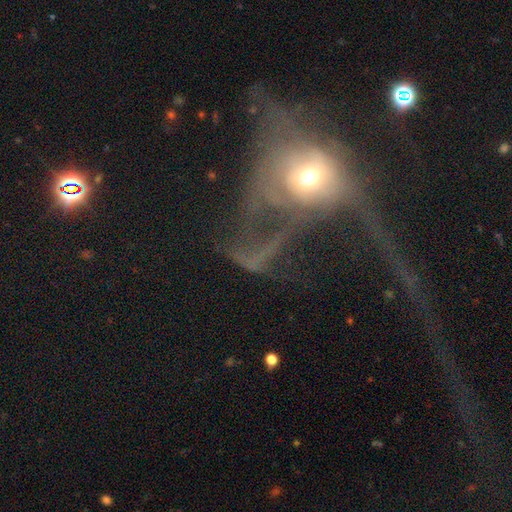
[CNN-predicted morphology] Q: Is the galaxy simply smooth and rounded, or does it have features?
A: featured or disk — 48%.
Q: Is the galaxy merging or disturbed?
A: major disturbance — 58%.